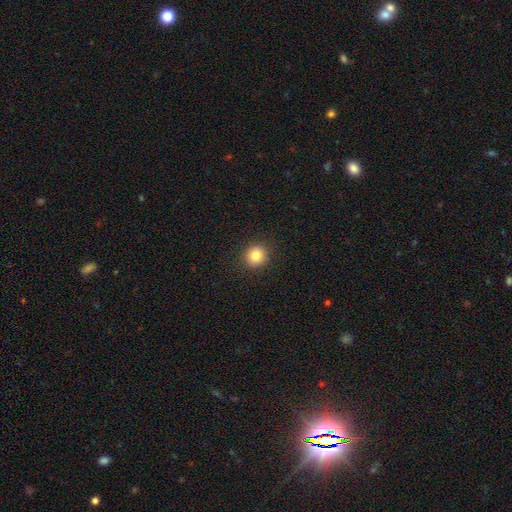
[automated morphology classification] This appears to be a smooth galaxy with no disk features (83%) that is round (89%). Merging: none (91%).